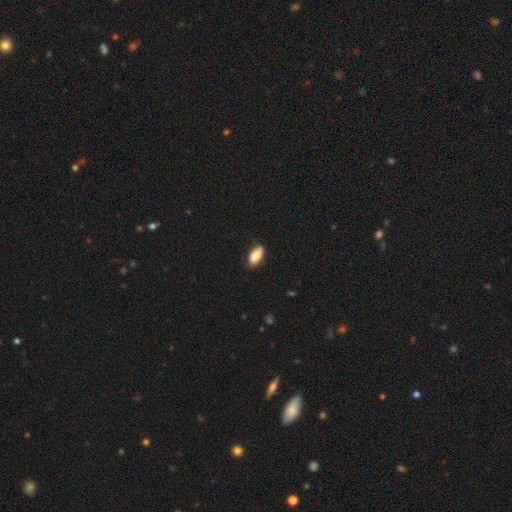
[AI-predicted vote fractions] A smooth galaxy with no disk features (86%) that is in between round and cigar-shaped (90%). Merging: none (75%).